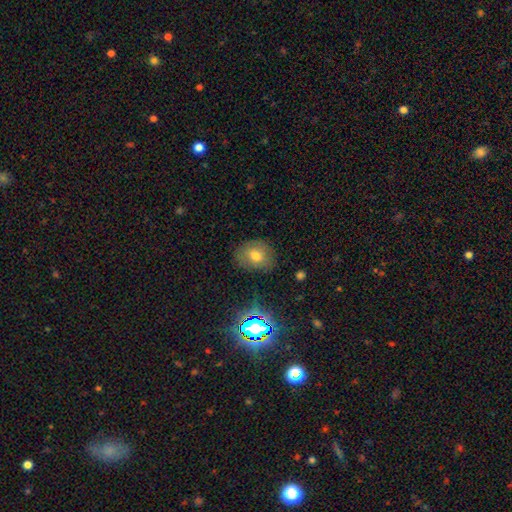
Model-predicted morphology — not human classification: Smooth or featured: smooth — 70% (star or artifact — 15%)
How rounded: in between — 54% (round — 45%)
Merging: none — 77% (minor disturbance — 16%)